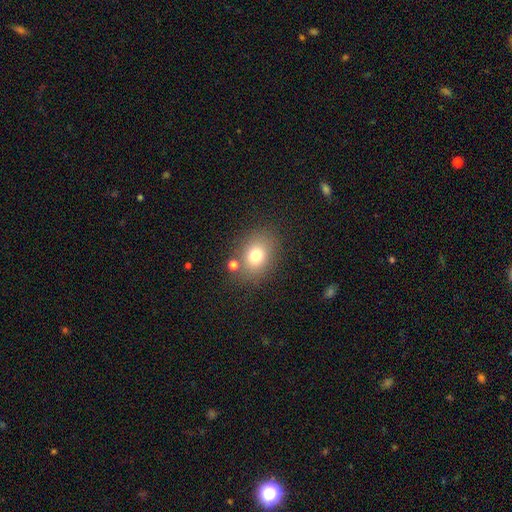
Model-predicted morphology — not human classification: type=smooth (75%); roundness=in between (52%); merging=none (76%).